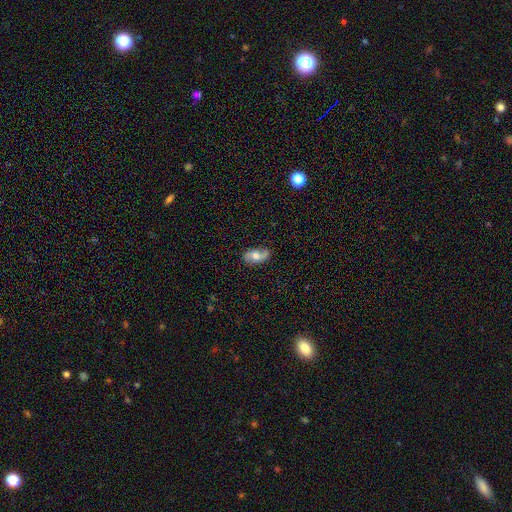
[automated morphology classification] This is possibly a featured or disk galaxy (50%). It is clearly not viewed edge-on (90%). Merging: likely none (77%).